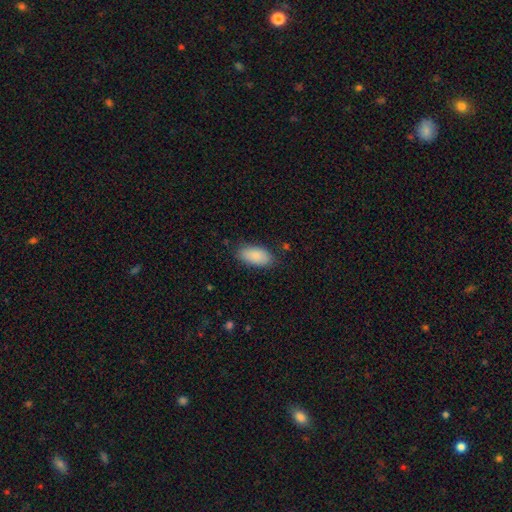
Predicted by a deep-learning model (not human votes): The model was most divided on "merging": none: 82%, minor disturbance: 14%, major disturbance: 3%, merger: 1%. More confident: how rounded — in between (93%); smooth or featured — smooth (87%).